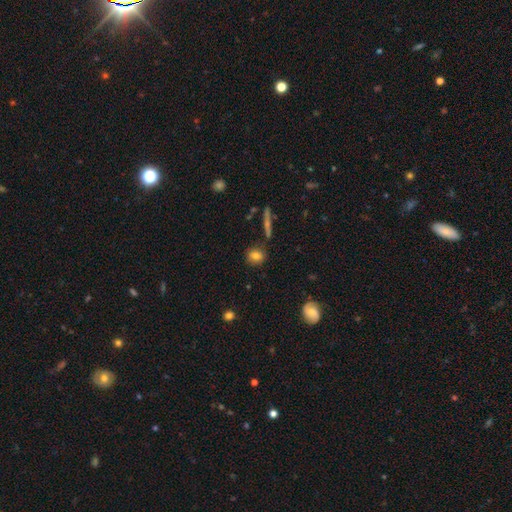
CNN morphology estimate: A smooth galaxy with no disk features (79%) that is round (70%).

Vote fractions:
- Smooth or featured? smooth: 79% / featured or disk: 11% / star or artifact: 10%
- How rounded? round: 70% / in between: 27% / cigar-shaped: 3%
- Merging? none: 83% / minor disturbance: 10% / merger: 5% / major disturbance: 3%